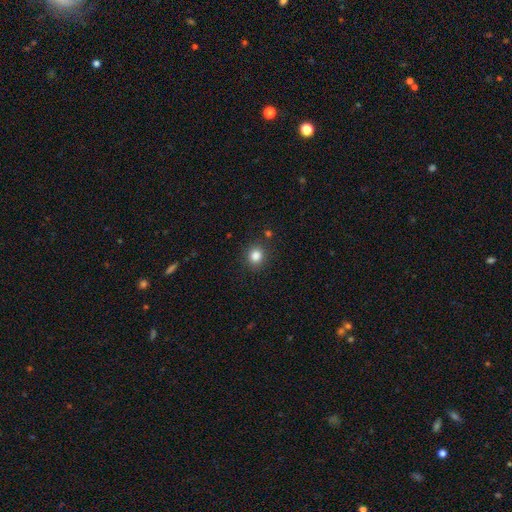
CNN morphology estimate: Overall: smooth (85%). How rounded: round (78%). Merging: none (86%).